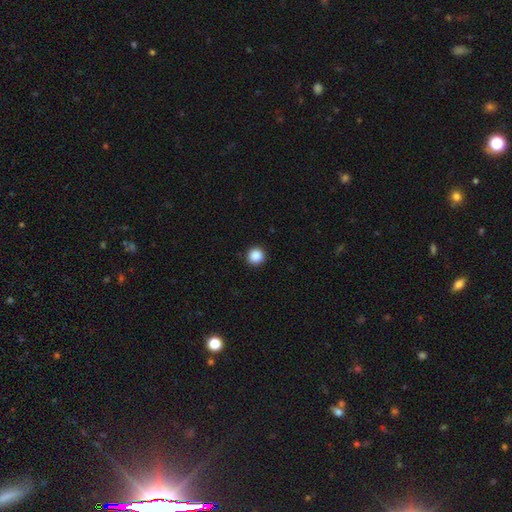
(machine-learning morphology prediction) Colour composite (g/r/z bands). It shows a smooth galaxy with no disk features (88%) that is round (95%). Merging: none (93%).